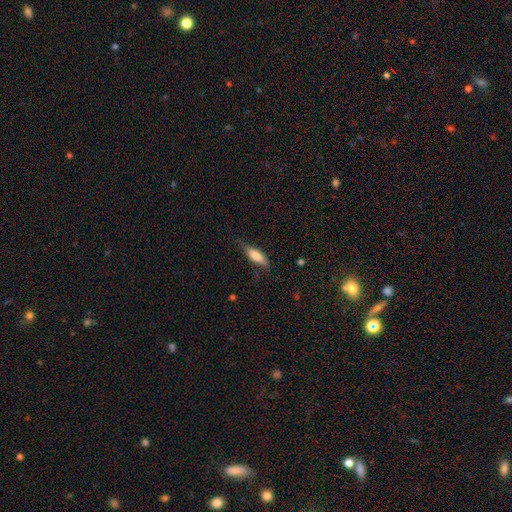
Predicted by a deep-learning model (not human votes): A smooth galaxy with no disk features (72%) that is in between round and cigar-shaped (53%). Merging: none (64%).